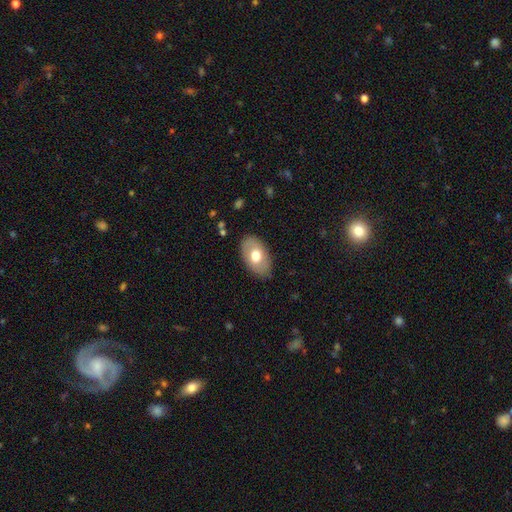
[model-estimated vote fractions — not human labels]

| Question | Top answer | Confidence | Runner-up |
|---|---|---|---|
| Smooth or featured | smooth | 66% | featured or disk (27%) |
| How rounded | in between | 91% | round (8%) |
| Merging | none | 84% | minor disturbance (12%) |